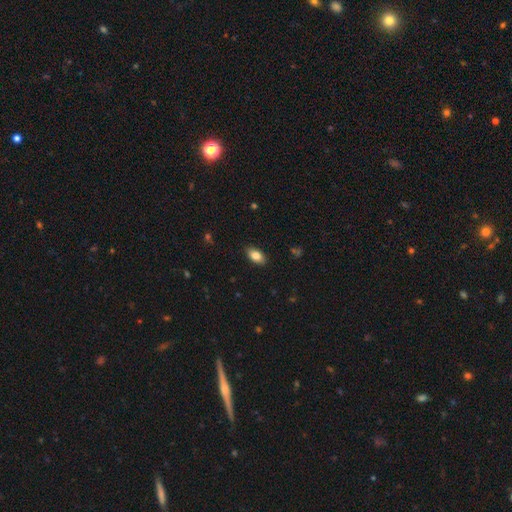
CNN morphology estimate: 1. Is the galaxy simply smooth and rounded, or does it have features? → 84% smooth, 9% featured or disk, 8% star or artifact.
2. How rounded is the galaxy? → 91% in between, 5% round, 4% cigar-shaped.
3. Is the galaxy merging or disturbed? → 87% none, 10% minor disturbance, 2% major disturbance, 1% merger.